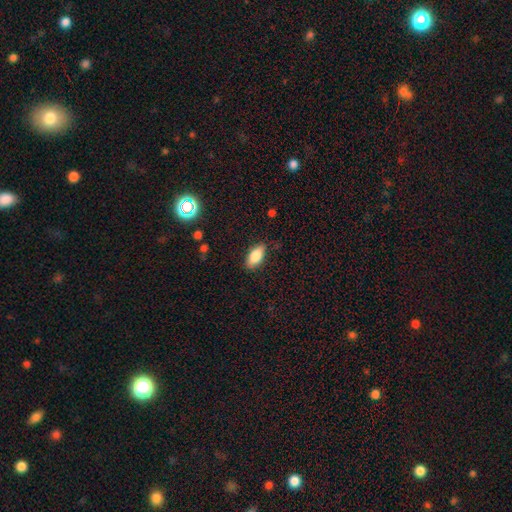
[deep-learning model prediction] Morphology: type=smooth (82%); roundness=in between (87%); merging=none (83%).